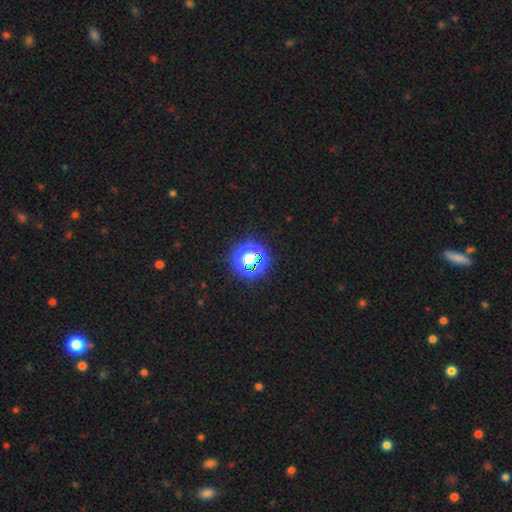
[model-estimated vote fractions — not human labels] smooth_or_featured: star or artifact (p=0.57) [alt: smooth p=0.32]